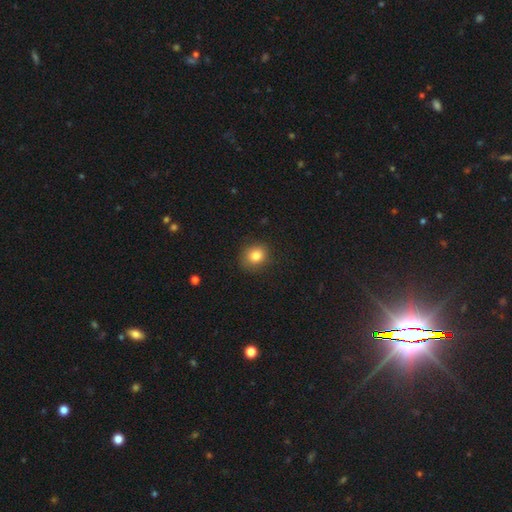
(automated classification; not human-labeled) A smooth galaxy with no disk features (82%) that is round (76%).

Vote fractions:
- Smooth or featured? smooth: 82% / star or artifact: 11% / featured or disk: 7%
- How rounded? round: 76% / in between: 23% / cigar-shaped: 1%
- Merging? none: 84% / minor disturbance: 12% / major disturbance: 3% / merger: 1%